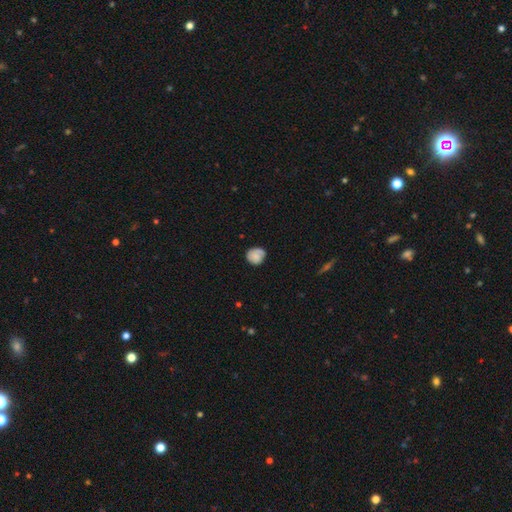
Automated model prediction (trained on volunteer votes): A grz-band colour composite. It shows a smooth galaxy with no disk features (65%) that is round (76%). Merging: none (67%).